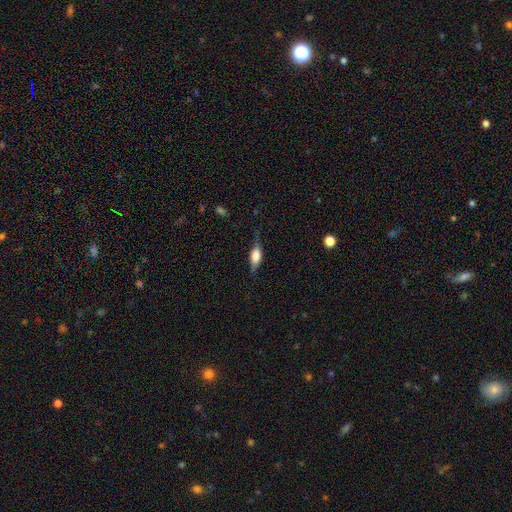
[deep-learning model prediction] smooth 53%, featured or disk 39%, star or artifact 8%. Down the decision tree: how rounded — in between (66%); merging — none (70%).